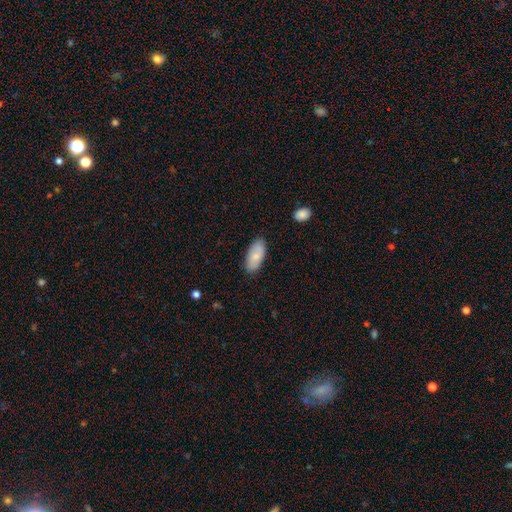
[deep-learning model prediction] smooth_or_featured: smooth (p=0.76) [alt: featured or disk p=0.18]
how_rounded: in between (p=0.92) [alt: cigar-shaped p=0.05]
merging: none (p=0.83) [alt: minor disturbance p=0.13]